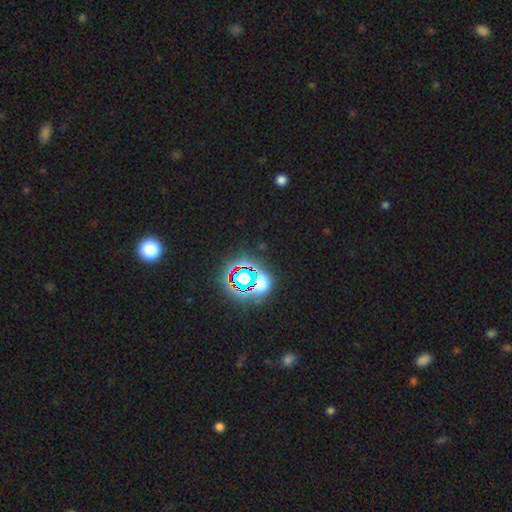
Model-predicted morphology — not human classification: A star or artifact, not a galaxy (79%).

Vote fractions:
- Smooth or featured? star or artifact: 79% / smooth: 14% / featured or disk: 8%